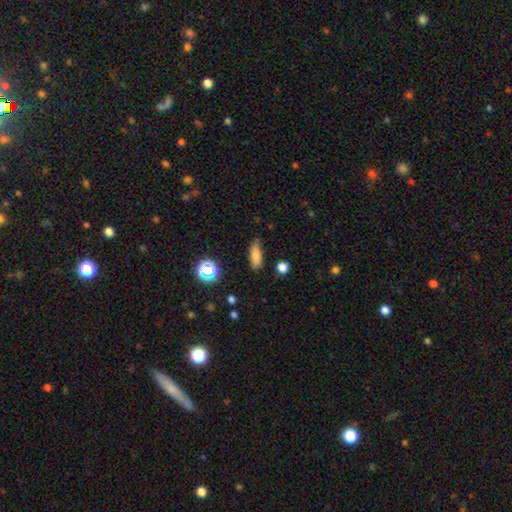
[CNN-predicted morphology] smooth 78%, star or artifact 12%, featured or disk 10%. Down the decision tree: how rounded — in between (68%); merging — none (73%).